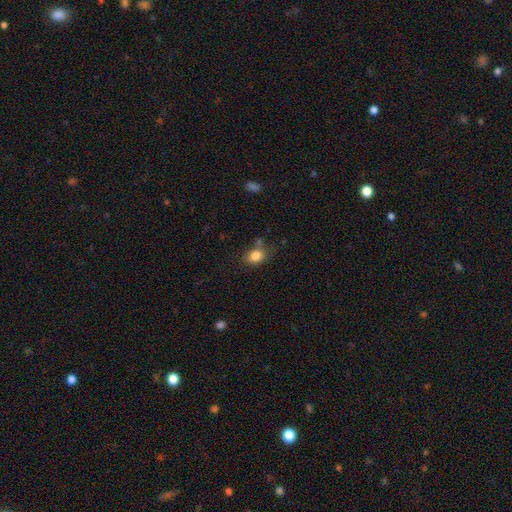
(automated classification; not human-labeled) The model was most divided on "how rounded": in between: 63%, round: 36%, cigar-shaped: 1%. More confident: smooth or featured — smooth (83%); merging — none (66%).